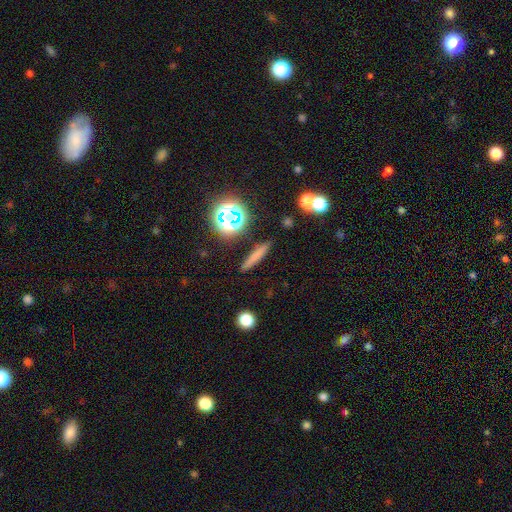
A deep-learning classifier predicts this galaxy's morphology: Smooth or featured? Predicted: smooth (p=0.66). How rounded? Predicted: cigar-shaped (p=0.89). Merging? Predicted: none (p=0.87).